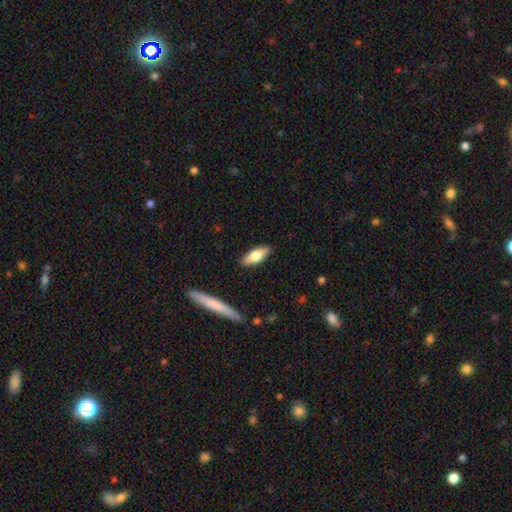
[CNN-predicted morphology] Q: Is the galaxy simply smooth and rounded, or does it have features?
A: smooth — 65%.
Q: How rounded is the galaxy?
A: in between — 61%.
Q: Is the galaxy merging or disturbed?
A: none — 88%.